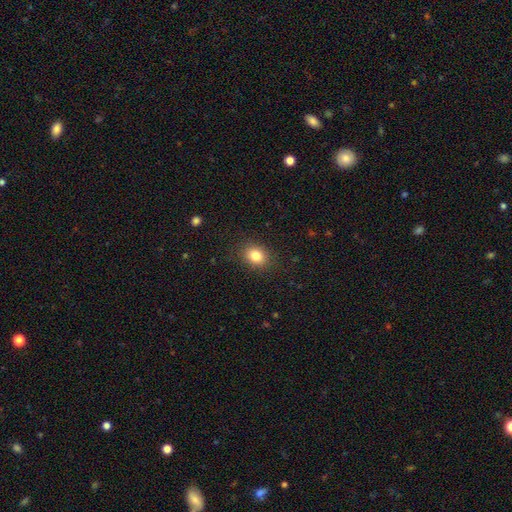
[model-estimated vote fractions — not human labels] This is clearly a smooth galaxy (83%). How rounded: possibly round (51%). Merging: clearly none (87%).